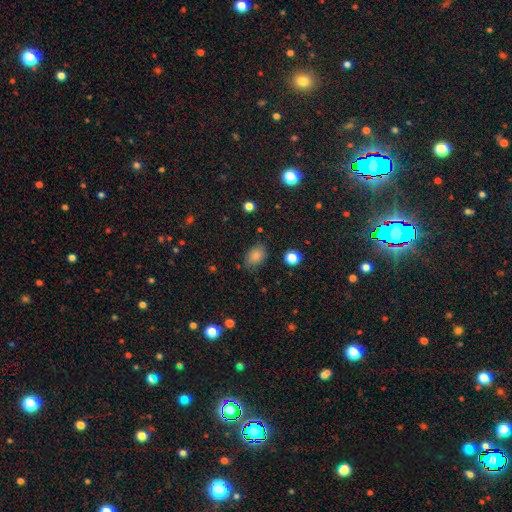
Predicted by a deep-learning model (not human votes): Smooth or featured? smooth (84%)
How rounded? in between (79%)
Merging? none (77%)